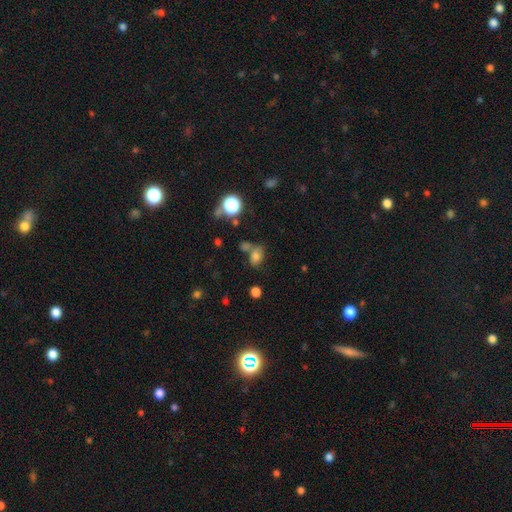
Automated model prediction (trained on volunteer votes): smooth-or-featured: smooth: 72% | star or artifact: 18% | featured or disk: 10%
  how-rounded: in between: 71% | round: 27% | cigar-shaped: 2%
  merging: none: 51% | merger: 26% | minor disturbance: 16% | major disturbance: 7%